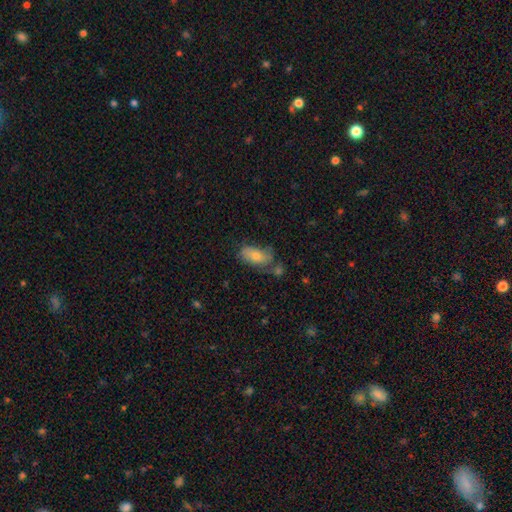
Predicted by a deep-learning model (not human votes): A smooth galaxy with no disk features (65%) that is in between round and cigar-shaped (88%).

Vote fractions:
- Smooth or featured? smooth: 65% / featured or disk: 26% / star or artifact: 9%
- How rounded? in between: 88% / cigar-shaped: 8% / round: 4%
- Merging? none: 53% / minor disturbance: 25% / merger: 12% / major disturbance: 10%